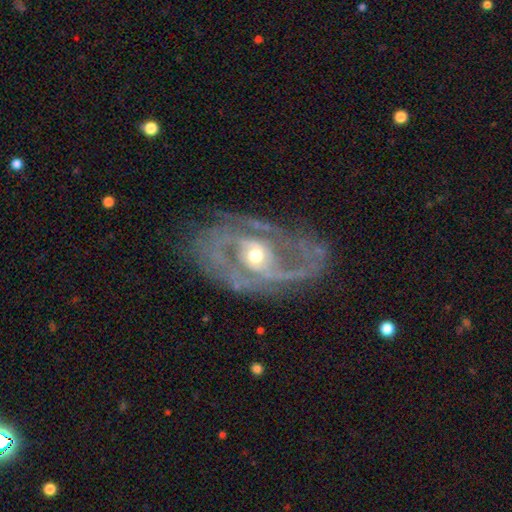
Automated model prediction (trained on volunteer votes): This is clearly a featured or disk galaxy (89%). It is clearly not viewed edge-on (95%). Bar: possibly no (51%). Spiral arm pattern: clearly yes (89%). Spiral arm count: likely 2 (70%). Spiral winding: marginally medium (44%). Central bulge: likely moderate (66%). Merging: likely none (70%).